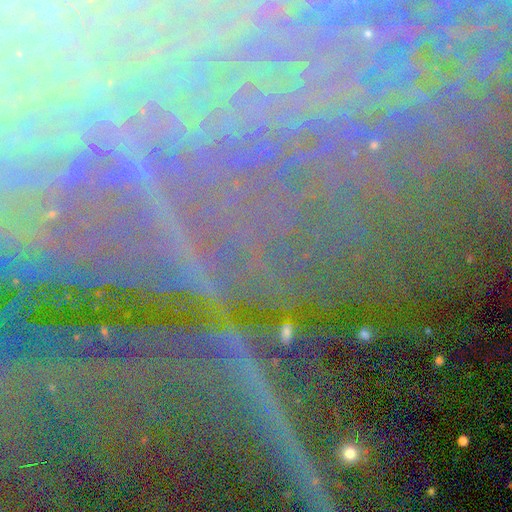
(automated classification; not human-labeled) smooth-or-featured: star or artifact: 81% | featured or disk: 11% | smooth: 8%